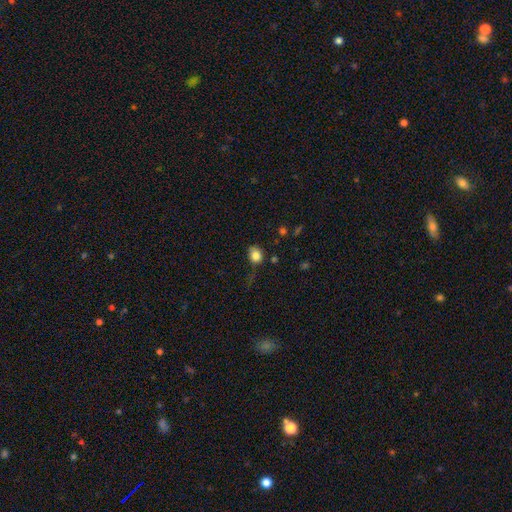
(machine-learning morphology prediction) Smooth or featured: smooth — 82% (star or artifact — 10%)
How rounded: in between — 50% (round — 49%)
Merging: none — 52% (minor disturbance — 32%)